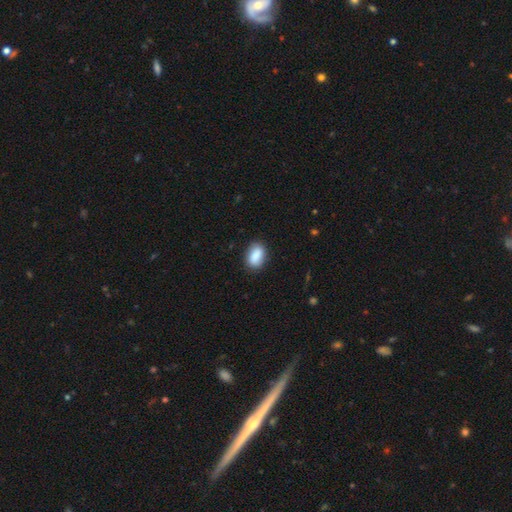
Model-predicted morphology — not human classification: Smooth or featured: smooth — 89% (star or artifact — 7%)
How rounded: in between — 89% (round — 9%)
Merging: none — 84% (minor disturbance — 12%)